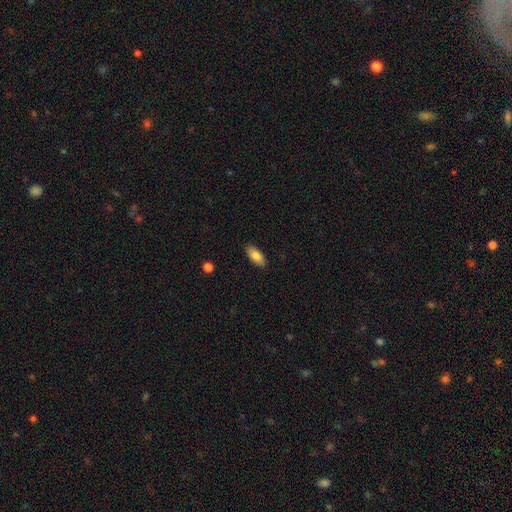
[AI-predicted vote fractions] smooth 83%, featured or disk 11%, star or artifact 7%. Down the decision tree: how rounded — in between (87%); merging — none (88%).